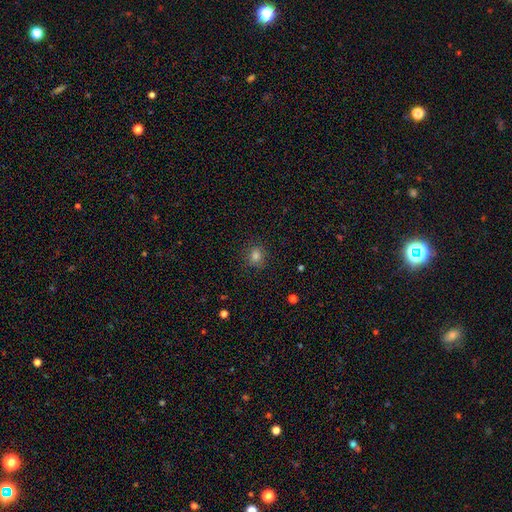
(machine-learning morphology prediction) Q: Smooth or featured?
A: smooth (78%); runner-up: star or artifact (16%)
Q: How rounded?
A: round (79%); runner-up: in between (20%)
Q: Merging?
A: none (86%); runner-up: minor disturbance (10%)